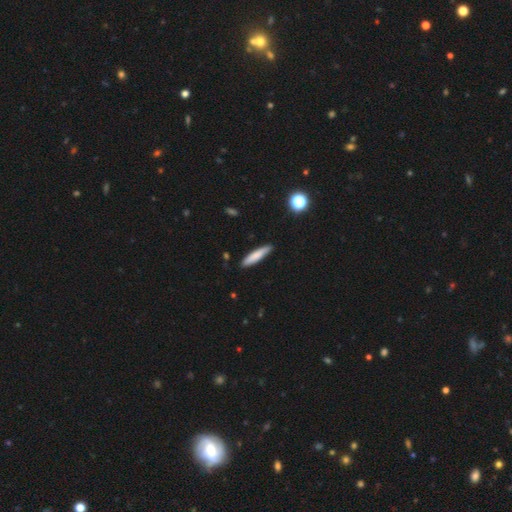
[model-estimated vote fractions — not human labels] Overall: smooth (78%). How rounded: cigar-shaped (85%). Merging: none (87%).